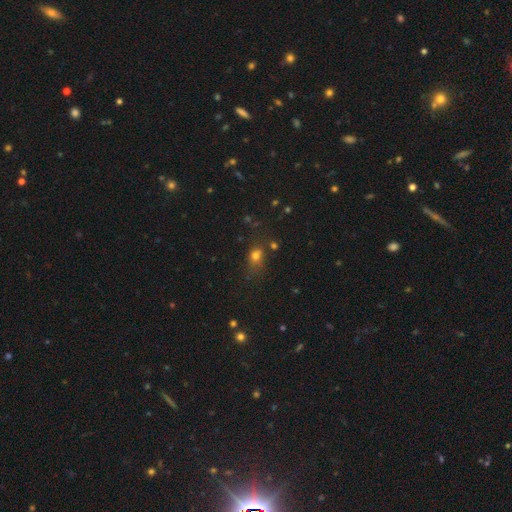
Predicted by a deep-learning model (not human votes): A smooth galaxy with no disk features (72%) that is in between round and cigar-shaped (52%). Merging: none (59%).